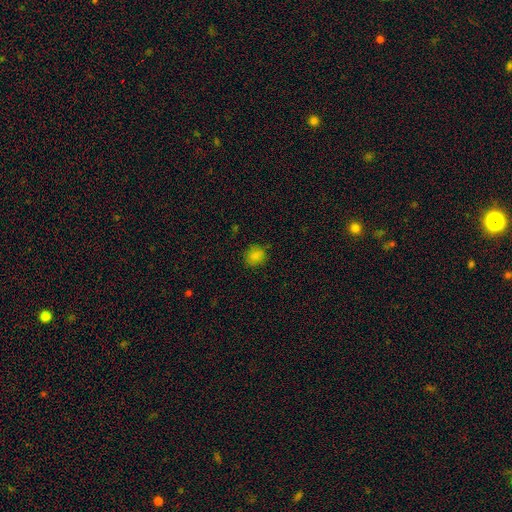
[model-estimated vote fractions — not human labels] Overall: smooth (82%). How rounded: round (75%). Merging: none (82%).